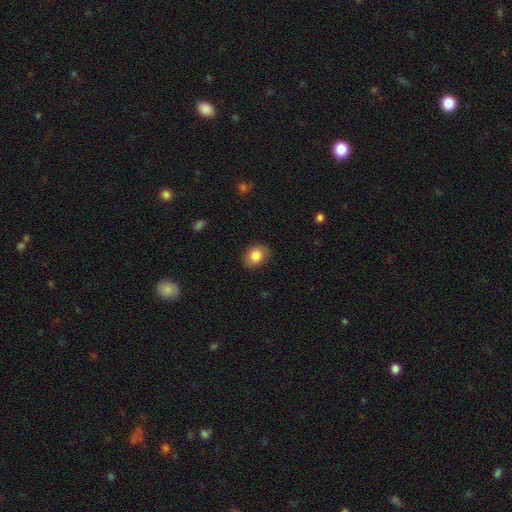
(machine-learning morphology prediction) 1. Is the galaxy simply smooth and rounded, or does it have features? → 84% smooth, 8% star or artifact, 8% featured or disk.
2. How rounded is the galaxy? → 57% in between, 42% round, 1% cigar-shaped.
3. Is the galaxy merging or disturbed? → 84% none, 12% minor disturbance, 3% major disturbance, 1% merger.